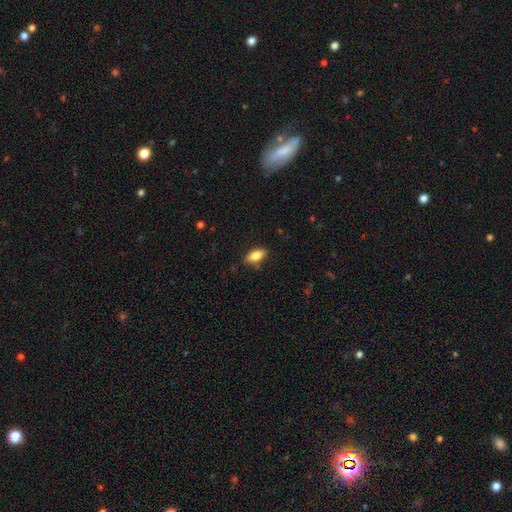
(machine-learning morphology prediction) Q: Smooth or featured?
A: smooth (80%); runner-up: featured or disk (12%)
Q: How rounded?
A: in between (86%); runner-up: cigar-shaped (11%)
Q: Merging?
A: none (83%); runner-up: minor disturbance (13%)